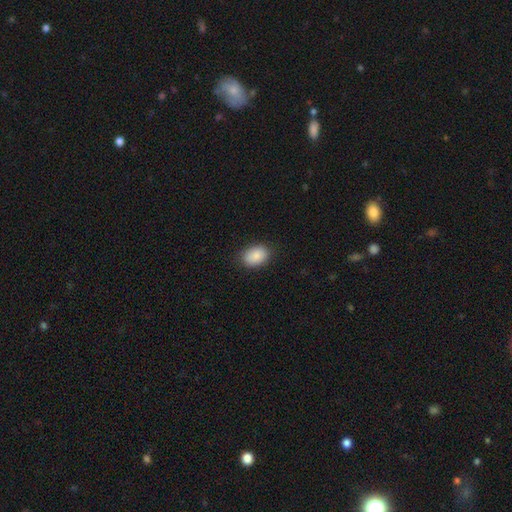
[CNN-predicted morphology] Smooth or featured?
  - smooth: 88% *
  - star or artifact: 7%
  - featured or disk: 5%
How rounded?
  - in between: 82% *
  - round: 17%
  - cigar-shaped: 1%
Merging?
  - none: 85% *
  - minor disturbance: 11%
  - major disturbance: 3%
  - merger: 1%